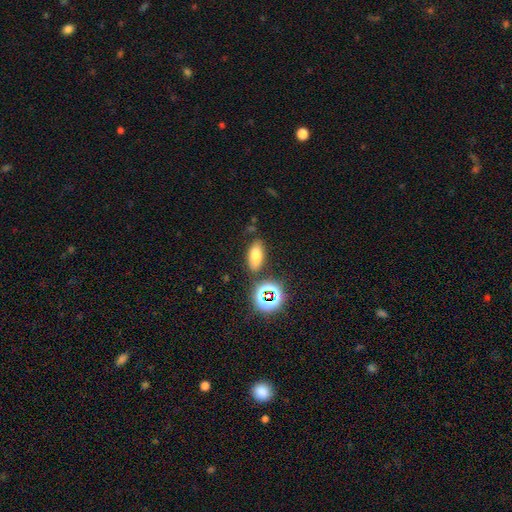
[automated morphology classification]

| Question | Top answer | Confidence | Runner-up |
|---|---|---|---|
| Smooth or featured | smooth | 70% | star or artifact (20%) |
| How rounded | in between | 80% | round (11%) |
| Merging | none | 80% | minor disturbance (11%) |